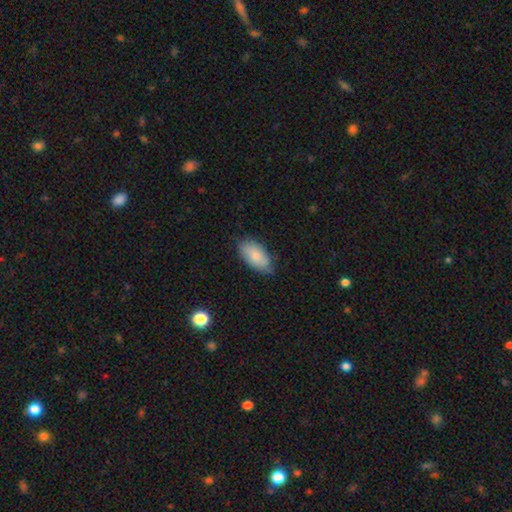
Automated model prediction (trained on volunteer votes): Morphology: type=smooth (82%); roundness=in between (94%); merging=none (73%).